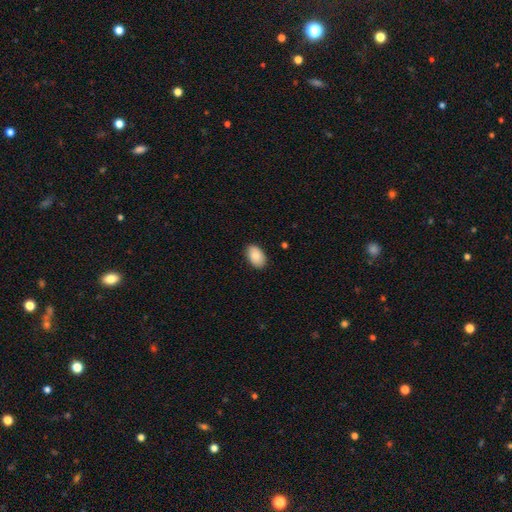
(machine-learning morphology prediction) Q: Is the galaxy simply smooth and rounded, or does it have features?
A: smooth — 87%.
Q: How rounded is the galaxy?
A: in between — 92%.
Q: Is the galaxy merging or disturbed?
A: none — 88%.